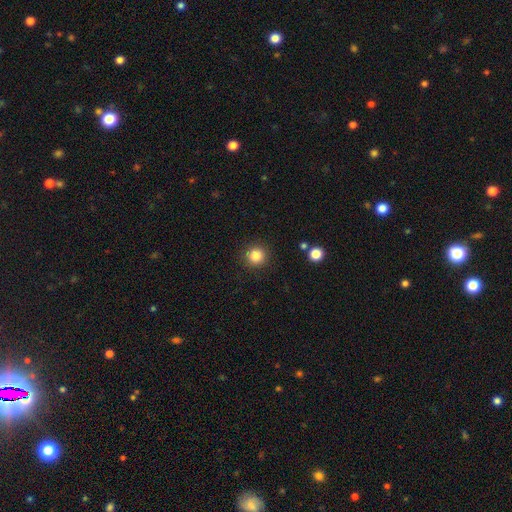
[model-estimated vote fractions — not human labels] A smooth galaxy with no disk features (85%) that is round (94%). Merging: none (90%).